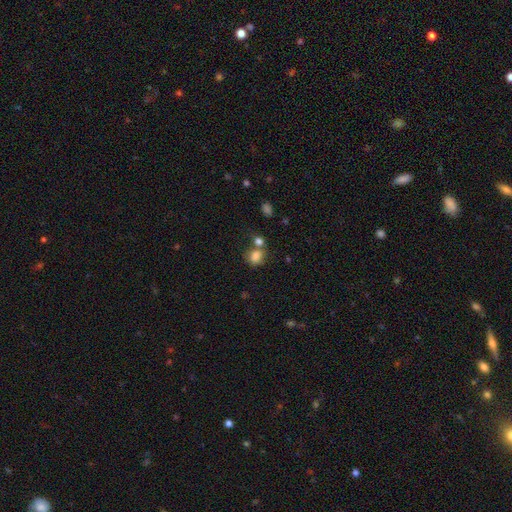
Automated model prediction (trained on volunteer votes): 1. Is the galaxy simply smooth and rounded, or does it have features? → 81% smooth, 12% star or artifact, 8% featured or disk.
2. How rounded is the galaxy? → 49% in between (tied), 49% round (tied), 1% cigar-shaped.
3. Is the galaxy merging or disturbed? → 47% none, 31% merger, 15% minor disturbance, 7% major disturbance.